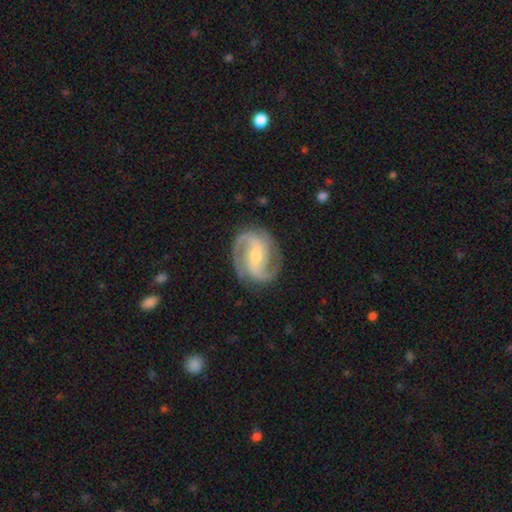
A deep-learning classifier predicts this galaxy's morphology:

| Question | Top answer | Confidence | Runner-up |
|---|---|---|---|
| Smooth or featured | featured or disk | 90% | smooth (6%) |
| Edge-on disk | no | 98% | yes (2%) |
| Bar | weak | 39% | strong (36%) |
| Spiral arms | yes | 98% | no (2%) |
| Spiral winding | medium | 53% | tight (32%) |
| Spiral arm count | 2 | 83% | 3 (9%) |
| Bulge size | small | 51% | moderate (44%) |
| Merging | none | 82% | minor disturbance (13%) |